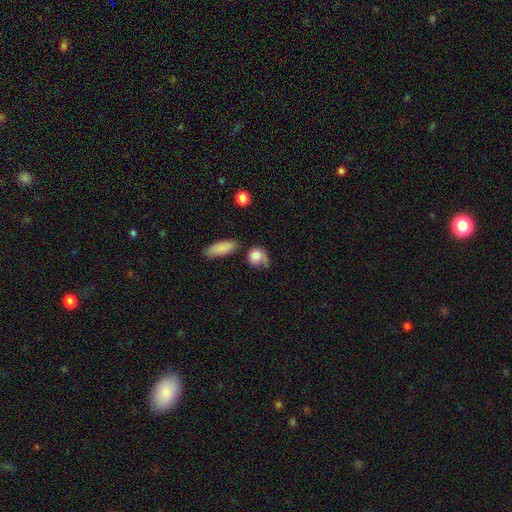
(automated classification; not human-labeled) Smooth or featured? Predicted: smooth (p=0.80). How rounded? Predicted: round (p=0.64). Merging? Predicted: none (p=0.39).